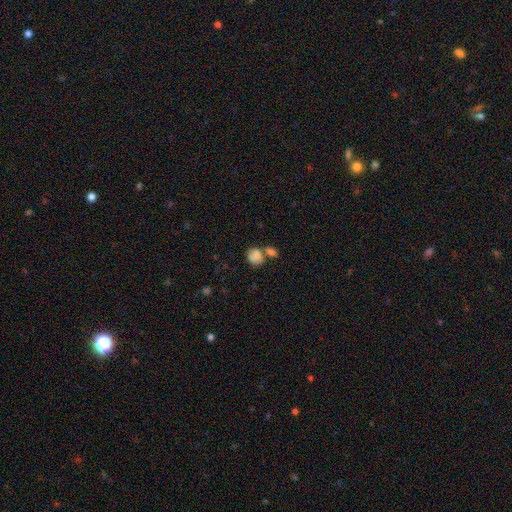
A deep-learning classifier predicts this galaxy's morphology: Smooth or featured? smooth (73%)
How rounded? round (58%)
Merging? merger (44%)